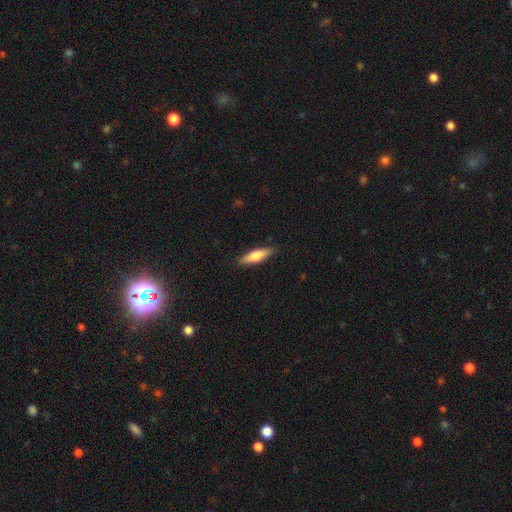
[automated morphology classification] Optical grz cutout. It shows a smooth galaxy with no disk features (67%) that is cigar-shaped (63%). Merging: none (87%).